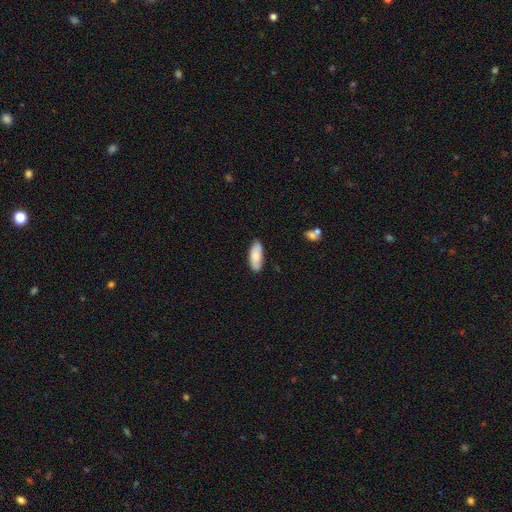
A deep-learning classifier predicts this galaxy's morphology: Smooth or featured: smooth — 80% (featured or disk — 14%)
How rounded: in between — 80% (cigar-shaped — 18%)
Merging: none — 84% (minor disturbance — 13%)